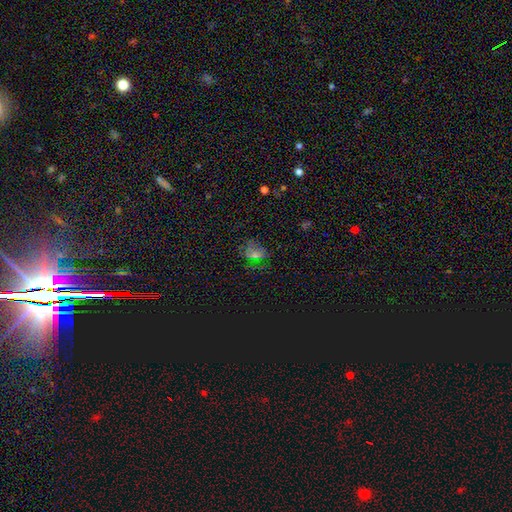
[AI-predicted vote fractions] Q: Smooth or featured?
A: star or artifact (59%); runner-up: smooth (25%)